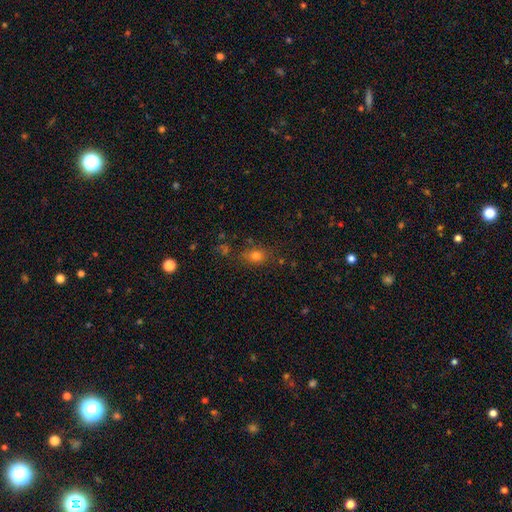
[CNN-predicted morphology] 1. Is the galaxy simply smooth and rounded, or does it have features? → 73% smooth, 18% star or artifact, 9% featured or disk.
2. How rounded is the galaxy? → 51% in between, 47% round, 2% cigar-shaped.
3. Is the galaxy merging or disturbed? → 77% none, 14% minor disturbance, 5% major disturbance, 4% merger.